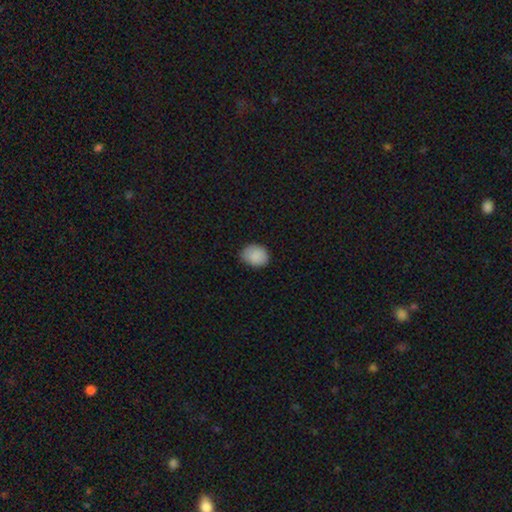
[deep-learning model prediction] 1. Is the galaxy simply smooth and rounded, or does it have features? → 88% smooth, 8% star or artifact, 4% featured or disk.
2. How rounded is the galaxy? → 52% round, 47% in between, 1% cigar-shaped.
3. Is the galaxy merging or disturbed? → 74% none, 22% minor disturbance, 3% major disturbance, 1% merger.